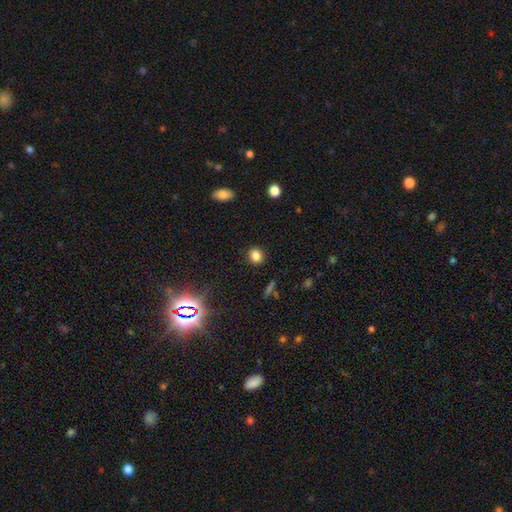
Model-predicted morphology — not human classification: smooth 81%, star or artifact 13%, featured or disk 6%. Down the decision tree: how rounded — round (73%); merging — none (89%).